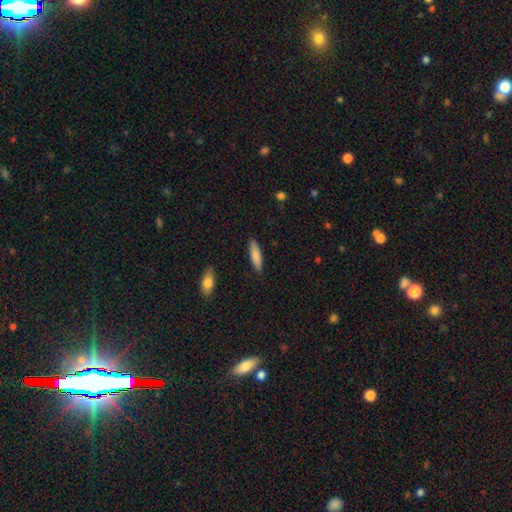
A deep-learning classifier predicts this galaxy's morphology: Smooth or featured? smooth (84%)
How rounded? cigar-shaped (68%)
Merging? none (88%)